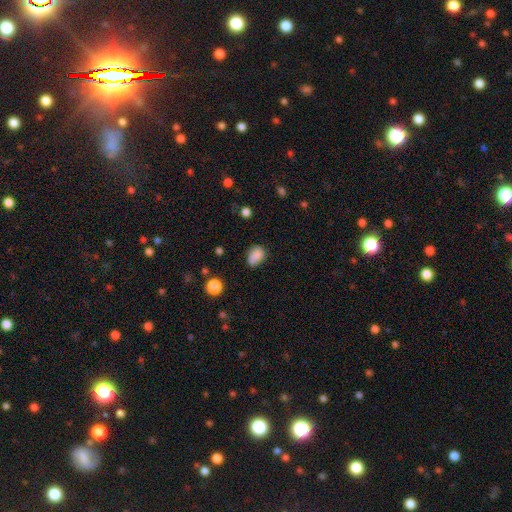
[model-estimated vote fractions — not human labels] Smooth or featured: smooth — 84% (star or artifact — 10%)
How rounded: in between — 75% (round — 24%)
Merging: none — 62% (minor disturbance — 27%)